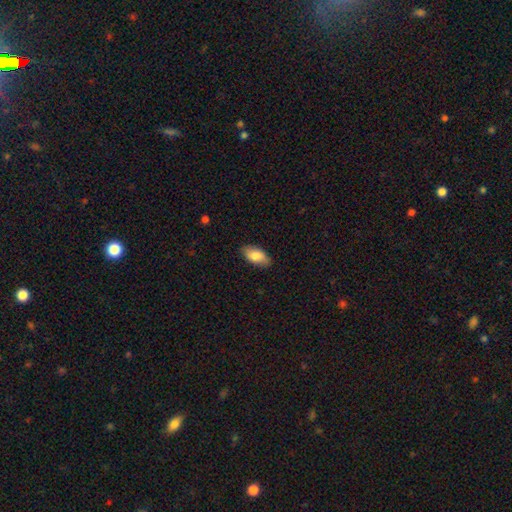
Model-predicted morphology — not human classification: smooth_or_featured: smooth (p=0.83) [alt: featured or disk p=0.11]
how_rounded: in between (p=0.92) [alt: cigar-shaped p=0.05]
merging: none (p=0.85) [alt: minor disturbance p=0.11]